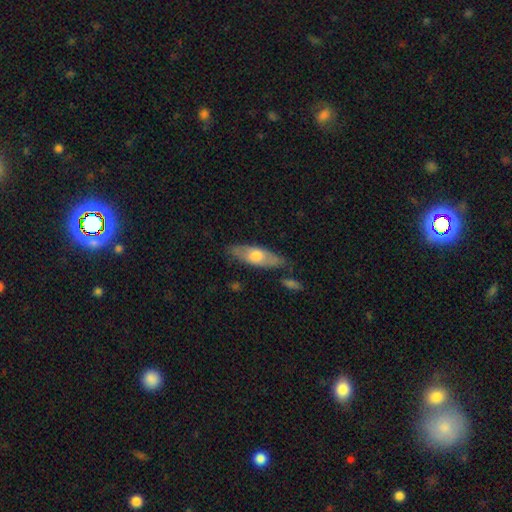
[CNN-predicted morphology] Smooth or featured? Predicted: smooth (p=0.56). How rounded? Predicted: in between (p=0.55). Merging? Predicted: none (p=0.77).